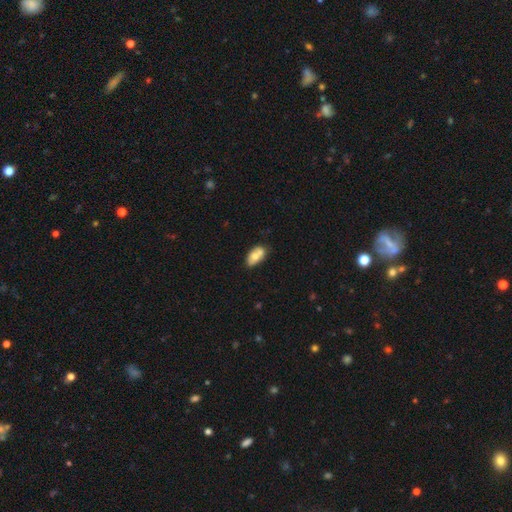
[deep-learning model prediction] Smooth or featured? smooth (65%)
How rounded? in between (87%)
Merging? merger (40%)